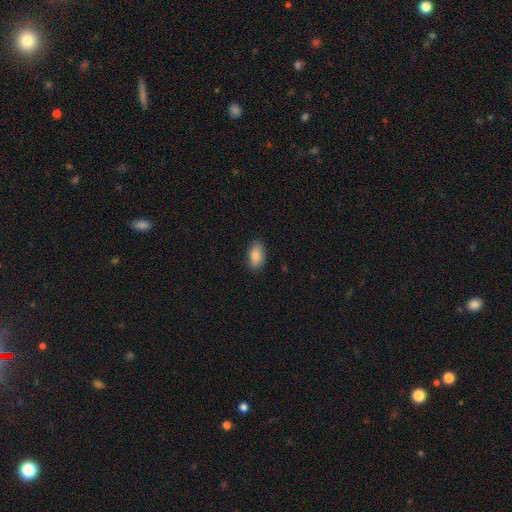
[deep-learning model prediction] smooth 87%, star or artifact 7%, featured or disk 6%. Down the decision tree: how rounded — in between (92%); merging — none (85%).